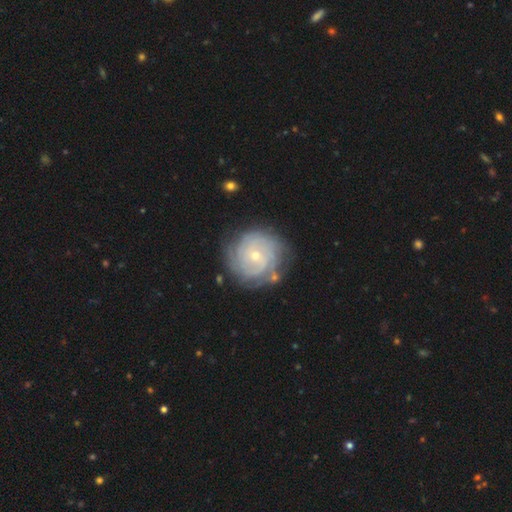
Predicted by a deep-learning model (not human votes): Smooth or featured: featured or disk — 81% (smooth — 13%)
Edge-on disk: no — 98% (yes — 2%)
Bar: no — 71% (weak — 24%)
Spiral arms: yes — 94% (no — 6%)
Spiral winding: tight — 76% (medium — 19%)
Spiral arm count: can't tell — 35% (3 — 19%)
Bulge size: small — 69% (moderate — 28%)
Merging: none — 76% (minor disturbance — 15%)